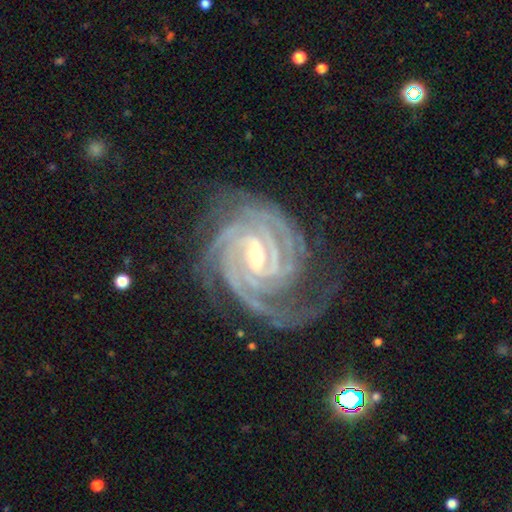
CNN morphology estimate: A featured or disk galaxy (94%) with a strong bar (45%), 4 (34%) tight (81%) spiral arms (99%) and a moderate central bulge (49%).

Vote fractions:
- Smooth or featured? featured or disk: 94% / star or artifact: 4% / smooth: 2%
- Edge-on disk? no: 98% / yes: 2%
- Bar? strong: 45% / weak: 42% / no: 13%
- Spiral arms? yes: 99% / no: 1%
- Spiral winding? tight: 81% / medium: 17% / loose: 2%
- Spiral arm count? 4: 34% / 3: 25% / 2: 13% / can't tell: 11% / more than 4: 10% / 1: 7%
- Bulge size? moderate: 49% / small: 48% / large: 2% / none: 1% / dominant: 1%
- Merging? none: 71% / minor disturbance: 19% / major disturbance: 8% / merger: 2%